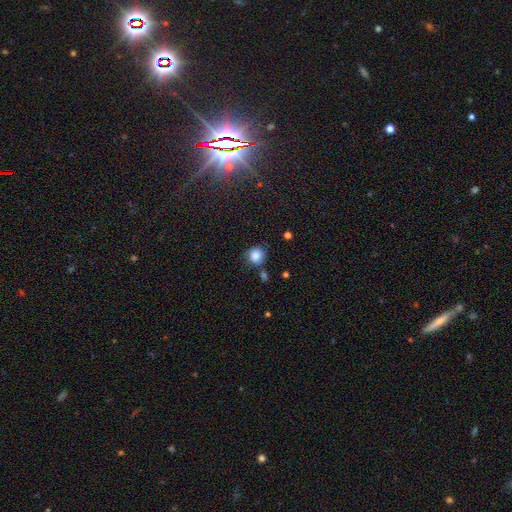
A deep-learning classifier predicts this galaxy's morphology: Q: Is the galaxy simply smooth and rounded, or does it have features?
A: smooth — 84%.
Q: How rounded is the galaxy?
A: round — 88%.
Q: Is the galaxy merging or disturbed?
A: none — 68%.